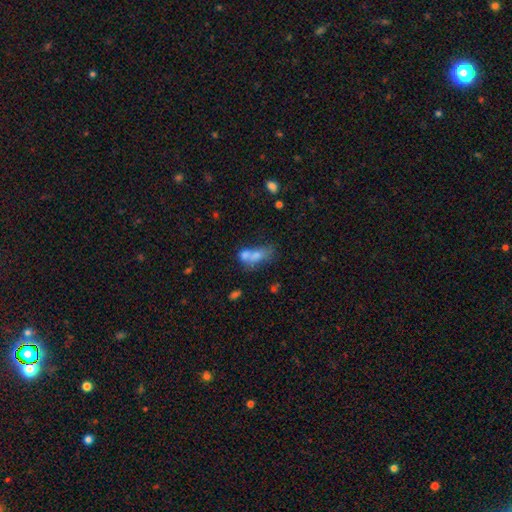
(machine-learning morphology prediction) type=smooth (65%); roundness=in between (71%); merging=merger (59%).